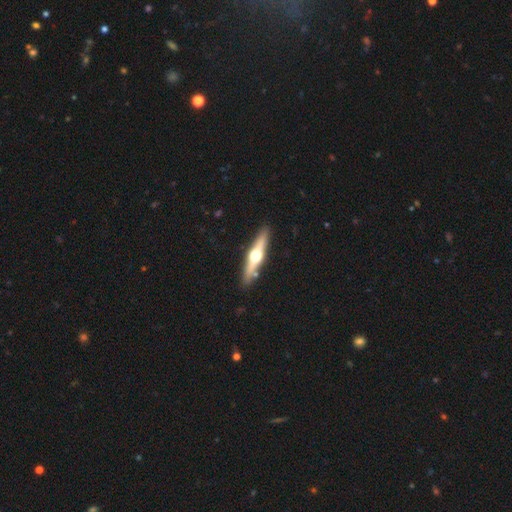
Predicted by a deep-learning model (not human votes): This is likely a featured or disk galaxy (67%). It is clearly viewed edge-on (96%). Edge-on bulge: clearly rounded (95%). Merging: clearly none (87%).